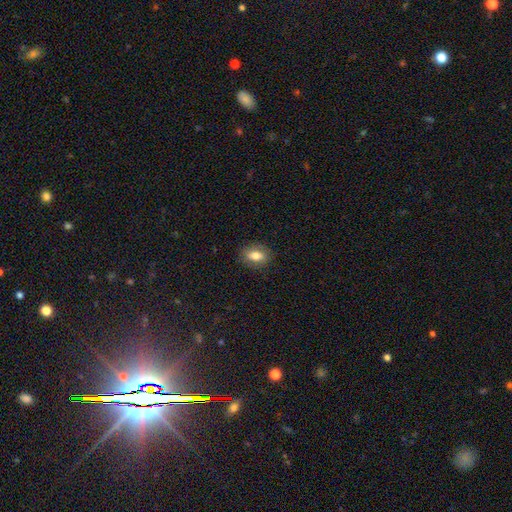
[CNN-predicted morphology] Smooth or featured?
  - smooth: 76% *
  - featured or disk: 16%
  - star or artifact: 9%
How rounded?
  - in between: 74% *
  - round: 23%
  - cigar-shaped: 3%
Merging?
  - none: 85% *
  - minor disturbance: 11%
  - major disturbance: 3%
  - merger: 1%